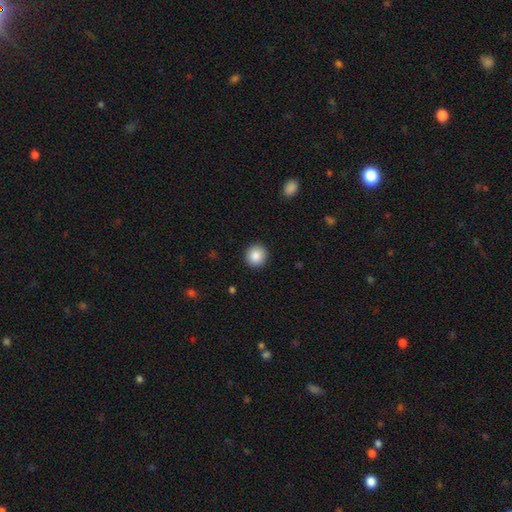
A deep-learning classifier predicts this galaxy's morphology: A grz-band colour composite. It shows a smooth galaxy with no disk features (87%) that is round (91%). Merging: none (92%).